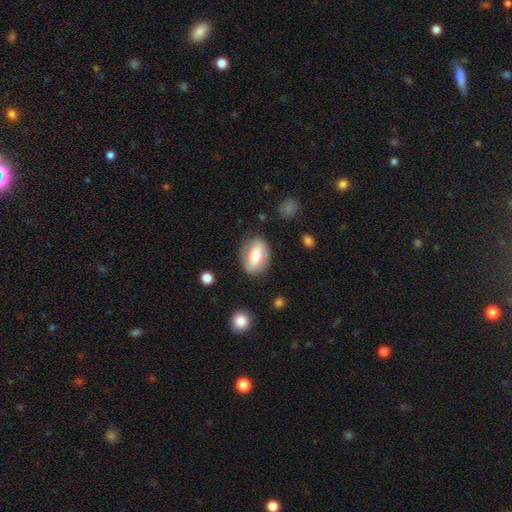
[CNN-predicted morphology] Smooth or featured?
  - smooth: 56% *
  - featured or disk: 37%
  - star or artifact: 7%
How rounded?
  - in between: 80% *
  - round: 16%
  - cigar-shaped: 4%
Merging?
  - none: 79% *
  - minor disturbance: 15%
  - major disturbance: 5%
  - merger: 2%